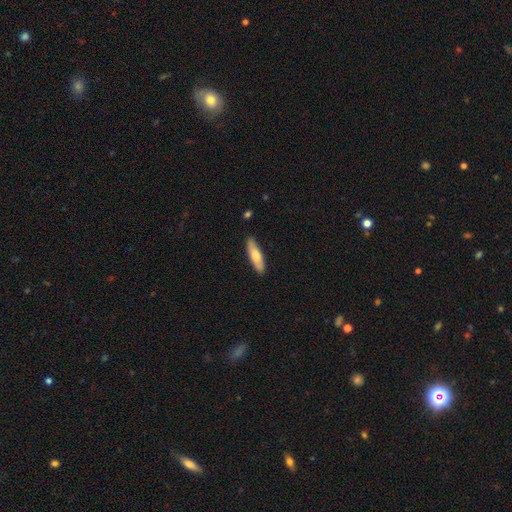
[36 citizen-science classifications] Smooth or featured: smooth — 75% (featured or disk — 22%)
How rounded: cigar-shaped — 81% (in between — 19%)
Merging: none — 97% (minor disturbance — 3%)